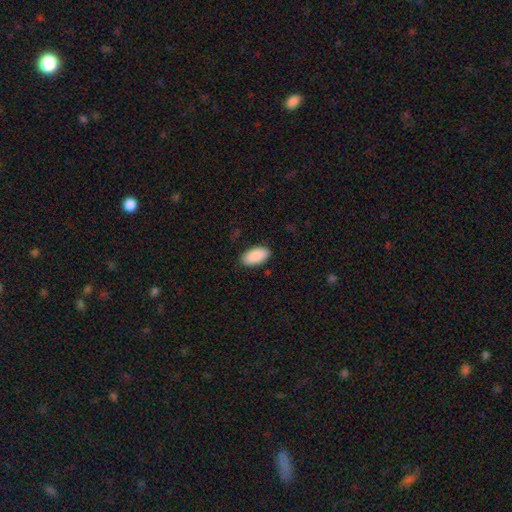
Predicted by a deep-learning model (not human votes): A smooth galaxy with no disk features (91%) that is in between round and cigar-shaped (96%).

Vote fractions:
- Smooth or featured? smooth: 91% / star or artifact: 6% / featured or disk: 3%
- How rounded? in between: 96% / cigar-shaped: 2% / round: 2%
- Merging? none: 88% / minor disturbance: 9% / major disturbance: 2% / merger: 1%